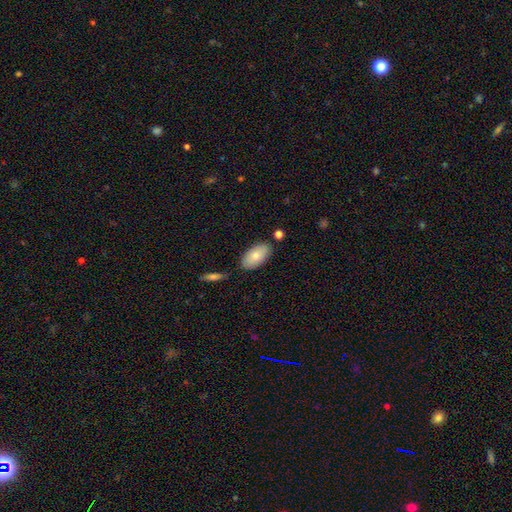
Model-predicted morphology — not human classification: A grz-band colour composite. It shows a smooth galaxy with no disk features (79%) that is in between round and cigar-shaped (94%). Merging: none (80%).